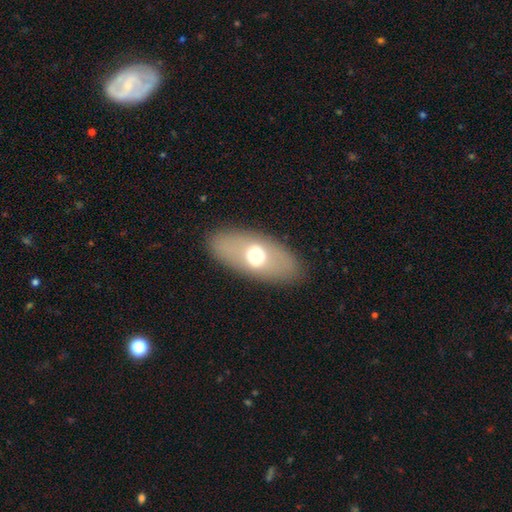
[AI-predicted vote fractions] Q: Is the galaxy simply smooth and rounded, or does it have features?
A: smooth — 57%.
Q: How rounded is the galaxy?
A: in between — 86%.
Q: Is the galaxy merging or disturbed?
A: none — 86%.